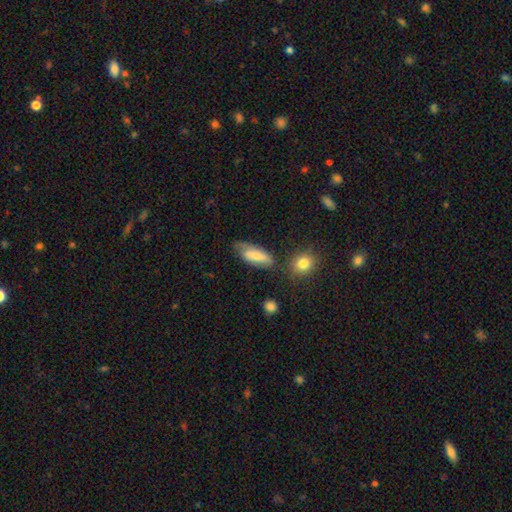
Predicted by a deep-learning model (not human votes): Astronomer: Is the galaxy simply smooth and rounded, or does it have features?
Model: smooth — 66%.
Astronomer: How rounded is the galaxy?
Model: in between — 75%.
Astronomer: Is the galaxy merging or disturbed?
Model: none — 56%.